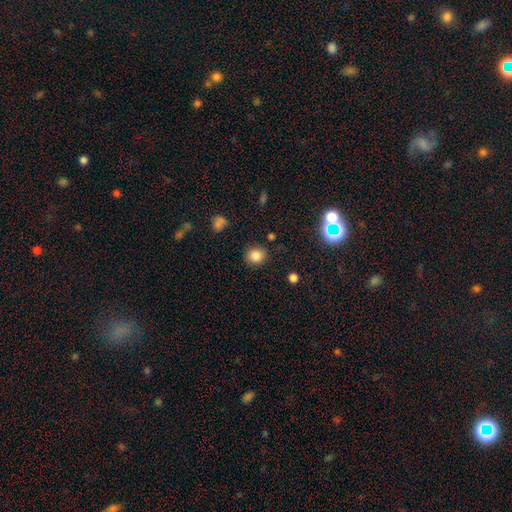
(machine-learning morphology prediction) smooth 83%, star or artifact 12%, featured or disk 5%. Down the decision tree: how rounded — round (85%); merging — none (85%).